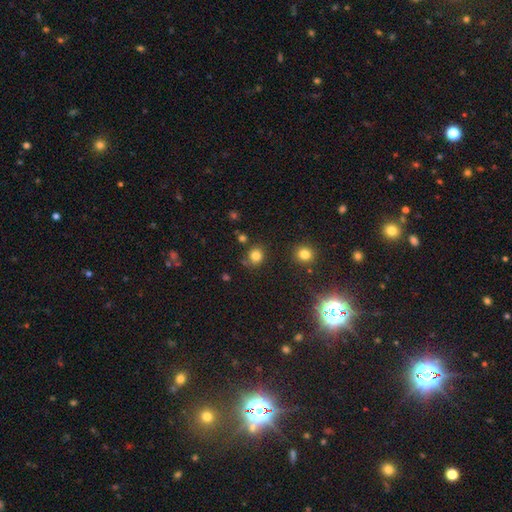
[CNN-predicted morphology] This is likely a smooth galaxy (80%). How rounded: clearly round (83%). Merging: likely none (79%).